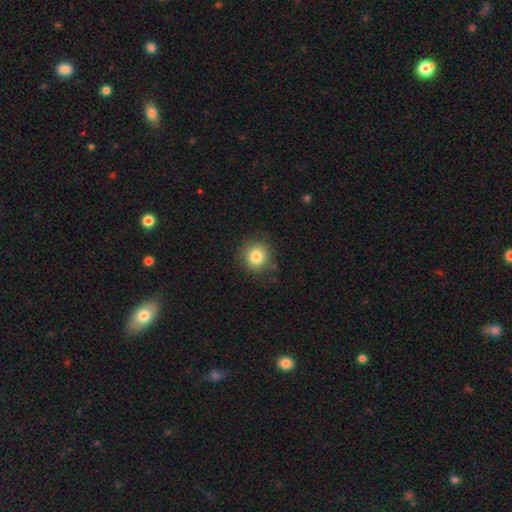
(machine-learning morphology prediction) The model was most divided on "smooth or featured": smooth: 82%, star or artifact: 11%, featured or disk: 7%. More confident: how rounded — round (90%); merging — none (84%).